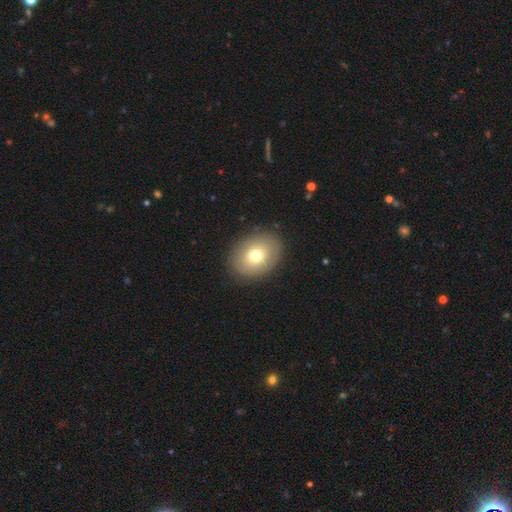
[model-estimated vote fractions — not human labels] A smooth galaxy with no disk features (73%) that is in between round and cigar-shaped (60%).

Vote fractions:
- Smooth or featured? smooth: 73% / featured or disk: 18% / star or artifact: 9%
- How rounded? in between: 60% / round: 39% / cigar-shaped: 1%
- Merging? none: 87% / minor disturbance: 9% / major disturbance: 3% / merger: 1%